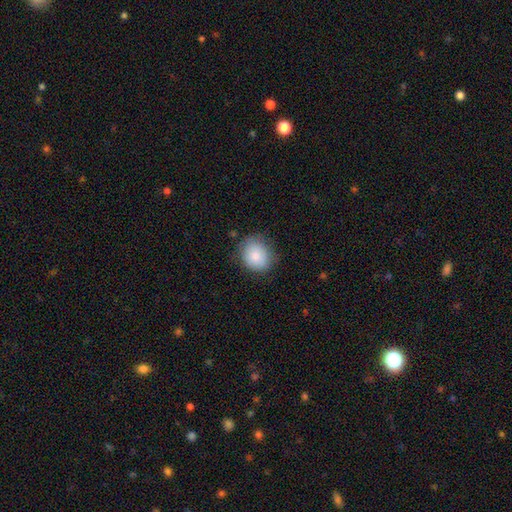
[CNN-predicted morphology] smooth 83%, featured or disk 9%, star or artifact 8%. Down the decision tree: how rounded — round (68%); merging — none (75%).